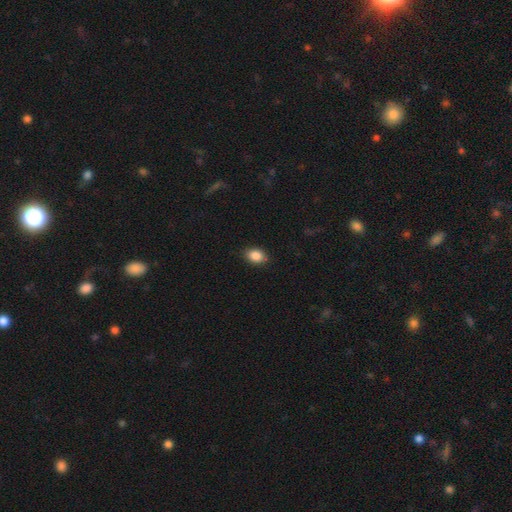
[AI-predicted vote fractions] Smooth or featured: smooth — 88% (star or artifact — 8%)
How rounded: in between — 79% (round — 19%)
Merging: none — 87% (minor disturbance — 10%)